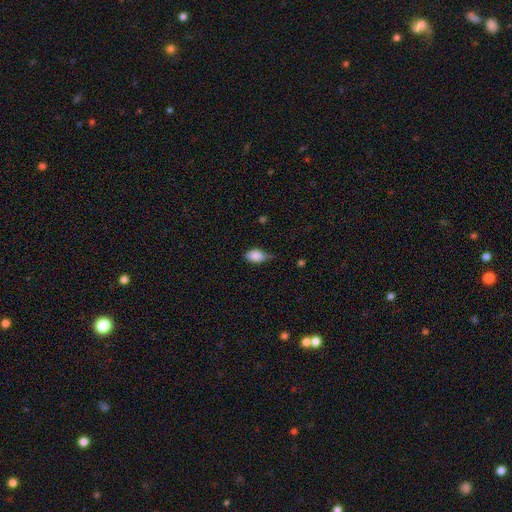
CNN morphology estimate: Overall: smooth (83%). How rounded: in between (87%). Merging: minor disturbance (46%; none 41%).